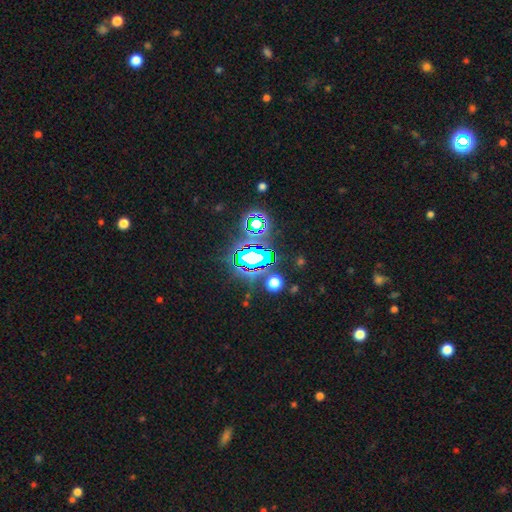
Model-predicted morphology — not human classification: star or artifact 79%, smooth 13%, featured or disk 8%.